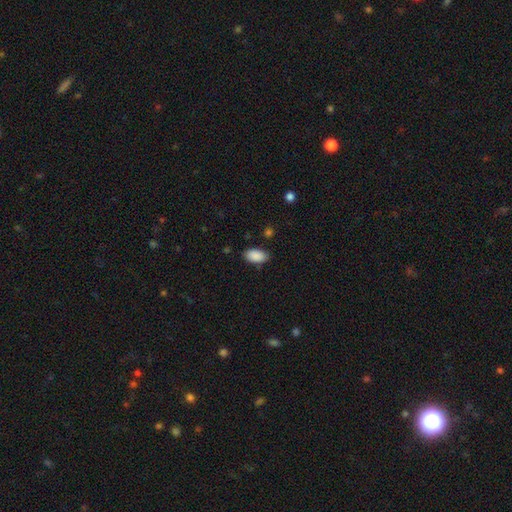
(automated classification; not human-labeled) Smooth or featured: smooth — 90% (star or artifact — 7%)
How rounded: in between — 95% (round — 3%)
Merging: none — 84% (minor disturbance — 12%)